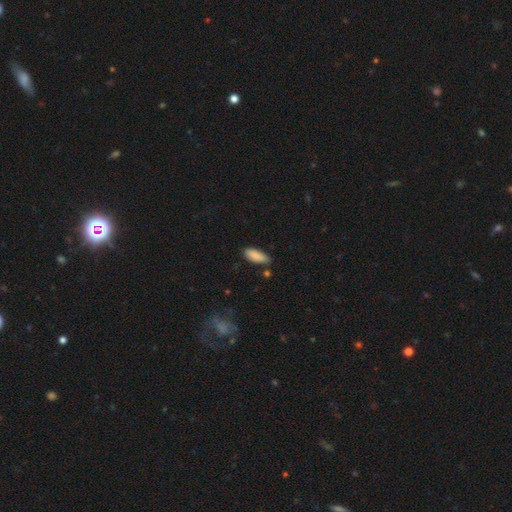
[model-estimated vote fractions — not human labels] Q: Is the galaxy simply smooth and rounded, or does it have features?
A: smooth — 88%.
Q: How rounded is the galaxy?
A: in between — 72%.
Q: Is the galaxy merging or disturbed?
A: none — 73%.